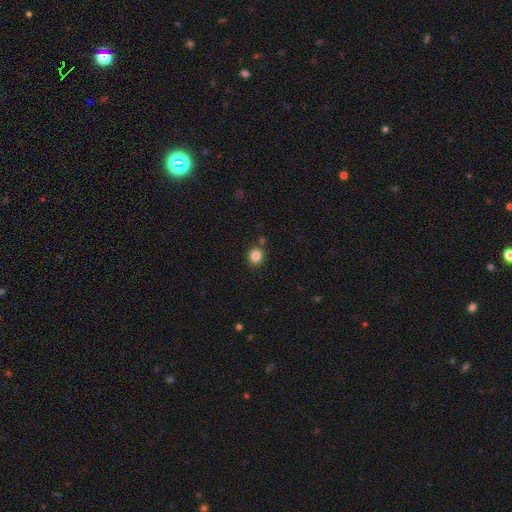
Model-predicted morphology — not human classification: A smooth galaxy with no disk features (85%) that is round (79%). Merging: none (82%).